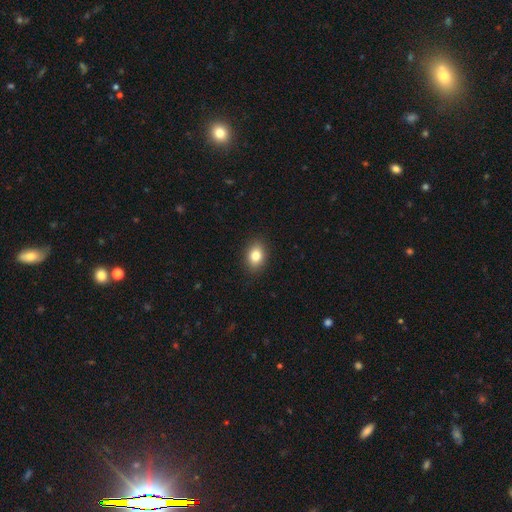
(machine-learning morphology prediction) Overall: smooth (83%). How rounded: in between (74%). Merging: none (89%).